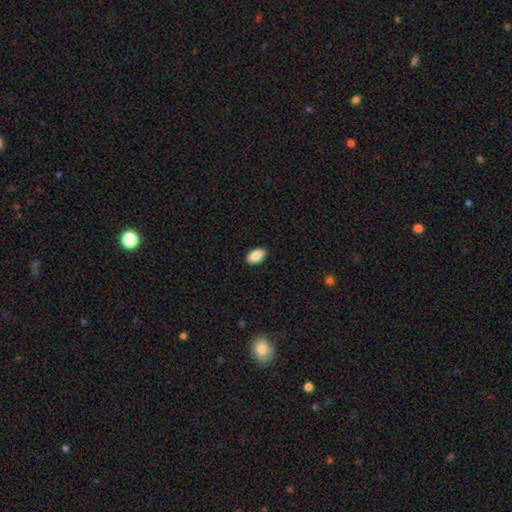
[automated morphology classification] smooth_or_featured: smooth (p=0.89) [alt: star or artifact p=0.07]
how_rounded: in between (p=0.93) [alt: round p=0.05]
merging: none (p=0.89) [alt: minor disturbance p=0.08]